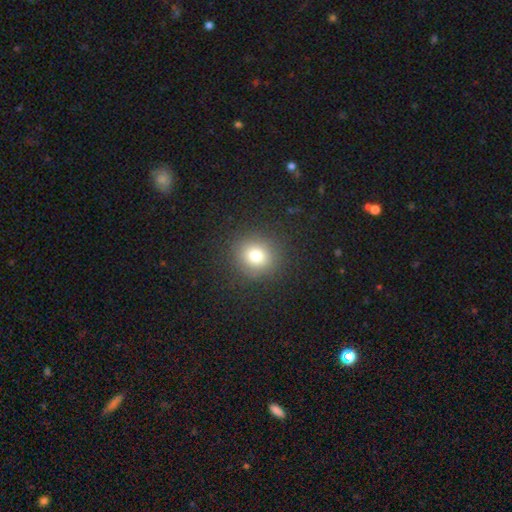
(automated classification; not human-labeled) Morphology: type=smooth (78%); roundness=round (85%); merging=none (88%).